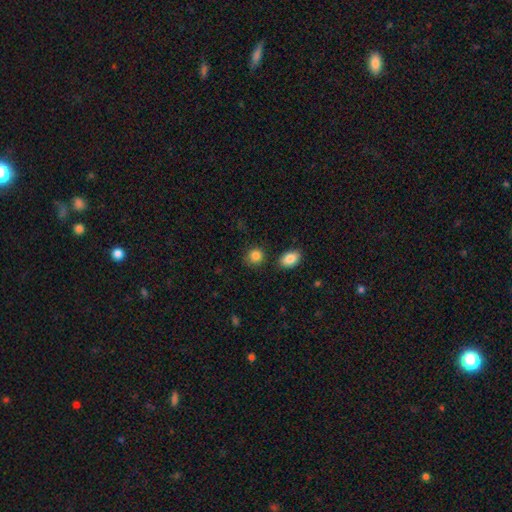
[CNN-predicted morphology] Smooth or featured: smooth — 86% (star or artifact — 9%)
How rounded: round — 79% (in between — 20%)
Merging: none — 81% (minor disturbance — 10%)